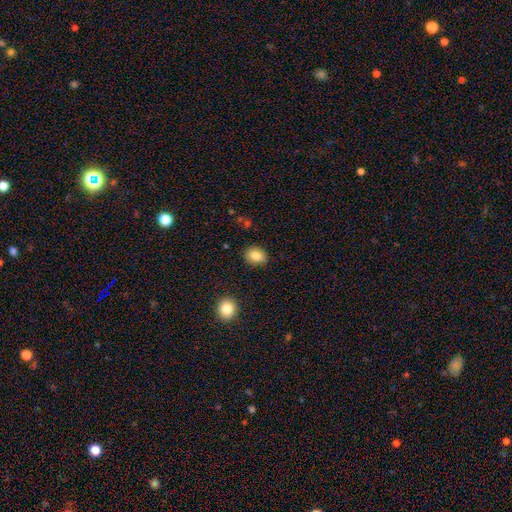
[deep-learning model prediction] smooth-or-featured: smooth: 83% | star or artifact: 9% | featured or disk: 7%
  how-rounded: in between: 58% | round: 41% | cigar-shaped: 1%
  merging: none: 86% | minor disturbance: 10% | major disturbance: 2% | merger: 2%